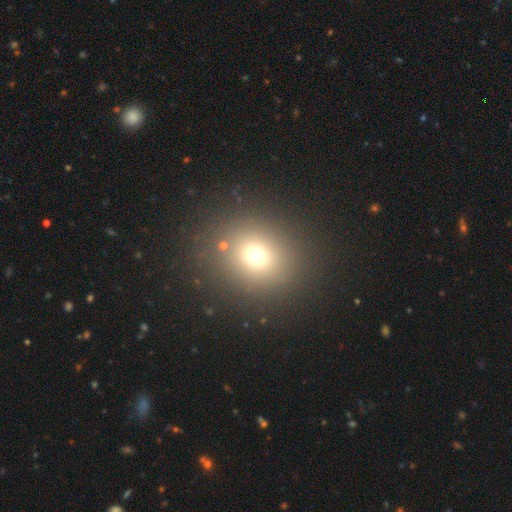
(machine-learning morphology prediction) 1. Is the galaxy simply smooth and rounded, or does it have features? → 70% smooth, 20% star or artifact, 10% featured or disk.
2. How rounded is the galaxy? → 74% round, 25% in between, 1% cigar-shaped.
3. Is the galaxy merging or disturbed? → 85% none, 7% minor disturbance, 5% major disturbance, 3% merger.